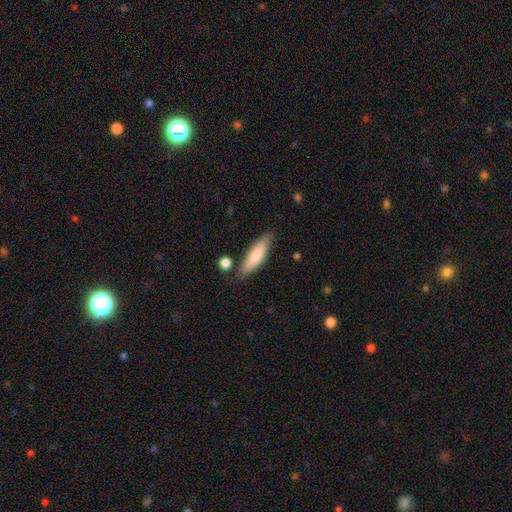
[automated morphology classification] smooth 76%, featured or disk 18%, star or artifact 6%. Down the decision tree: how rounded — cigar-shaped (62%); merging — none (78%).